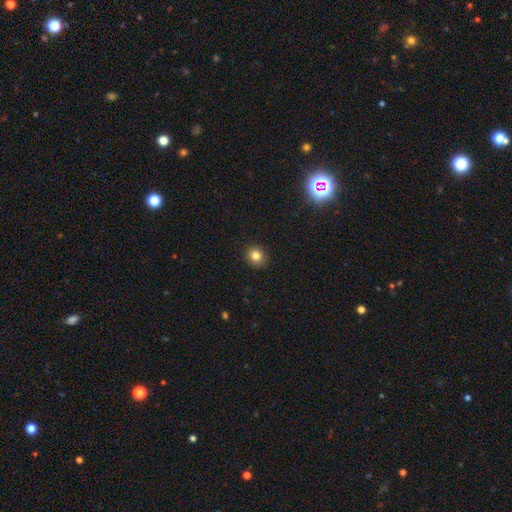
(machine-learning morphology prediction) Smooth or featured: smooth — 82% (star or artifact — 12%)
How rounded: round — 73% (in between — 26%)
Merging: none — 90% (minor disturbance — 7%)